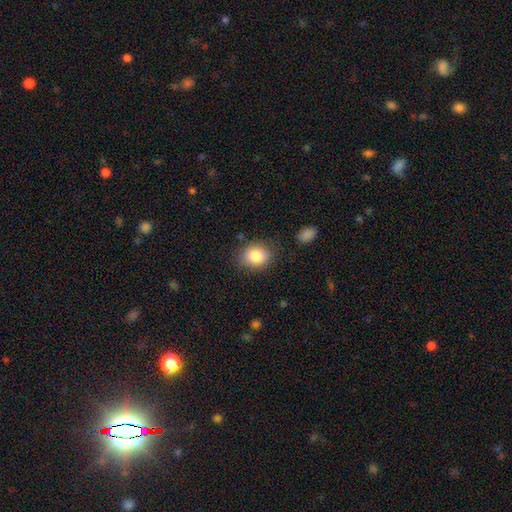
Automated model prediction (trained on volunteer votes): Smooth or featured? smooth (83%)
How rounded? round (50%)
Merging? none (82%)